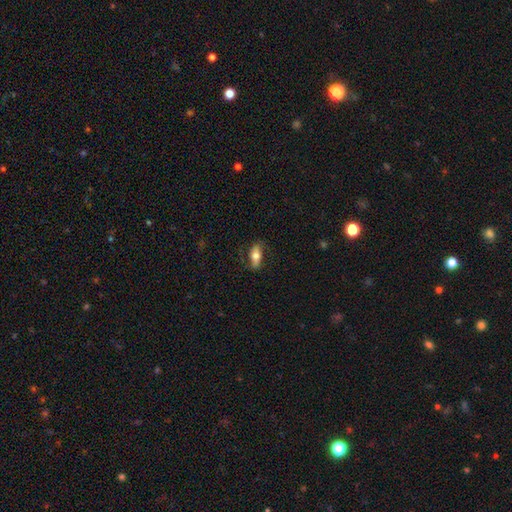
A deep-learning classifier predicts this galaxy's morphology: Smooth or featured? smooth (59%)
How rounded? in between (68%)
Merging? none (74%)